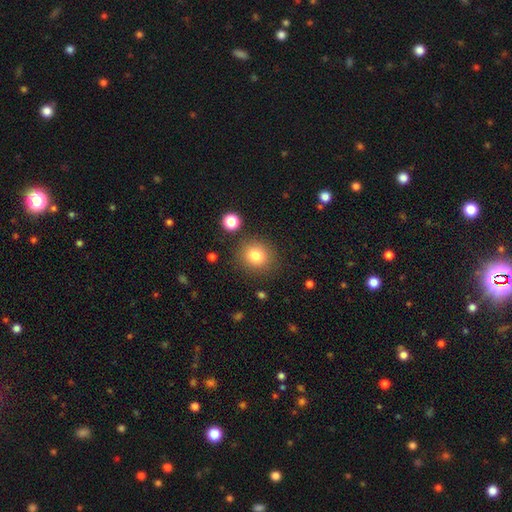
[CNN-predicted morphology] A smooth galaxy with no disk features (81%) that is round (86%).

Vote fractions:
- Smooth or featured? smooth: 81% / star or artifact: 12% / featured or disk: 8%
- How rounded? round: 86% / in between: 13% / cigar-shaped: 1%
- Merging? none: 84% / minor disturbance: 9% / merger: 4% / major disturbance: 4%